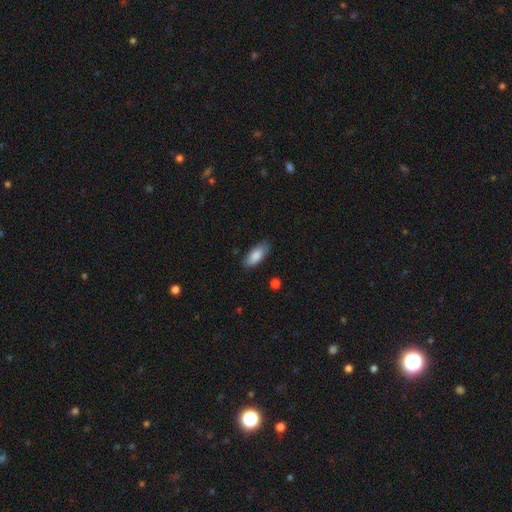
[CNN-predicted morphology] A smooth galaxy with no disk features (86%) that is in between round and cigar-shaped (84%).

Vote fractions:
- Smooth or featured? smooth: 86% / featured or disk: 8% / star or artifact: 6%
- How rounded? in between: 84% / cigar-shaped: 14% / round: 2%
- Merging? none: 80% / minor disturbance: 16% / major disturbance: 3% / merger: 1%